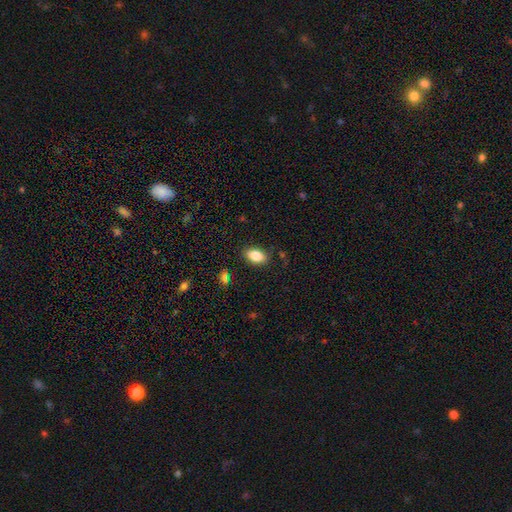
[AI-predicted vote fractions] A smooth galaxy with no disk features (85%) that is in between round and cigar-shaped (91%).

Vote fractions:
- Smooth or featured? smooth: 85% / star or artifact: 8% / featured or disk: 7%
- How rounded? in between: 91% / round: 7% / cigar-shaped: 3%
- Merging? none: 85% / minor disturbance: 11% / major disturbance: 3% / merger: 2%